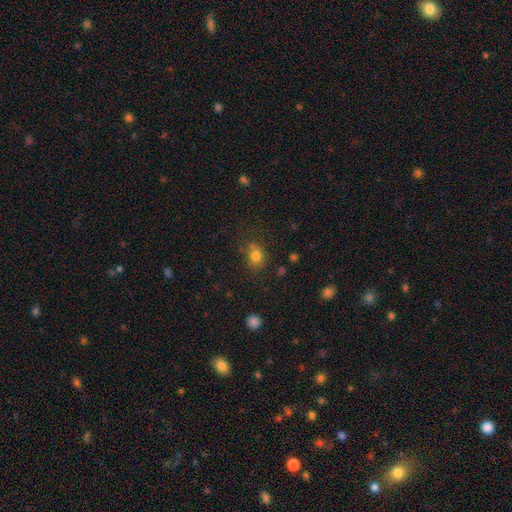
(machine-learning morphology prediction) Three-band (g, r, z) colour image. It shows a smooth galaxy with no disk features (78%) that is round (61%). Merging: none (66%).